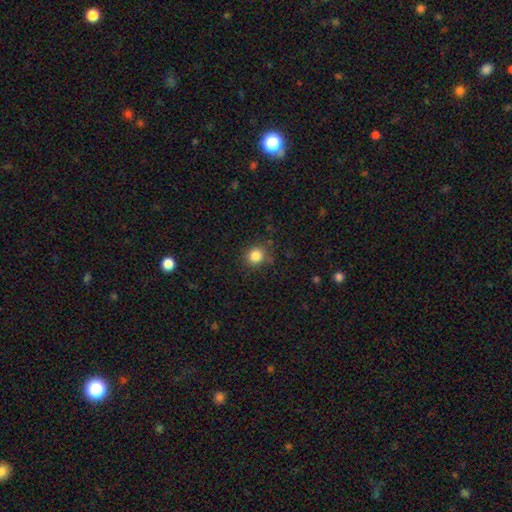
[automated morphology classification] The model was most divided on "merging": none: 82%, minor disturbance: 12%, major disturbance: 4%, merger: 2%. More confident: how rounded — round (85%); smooth or featured — smooth (84%).